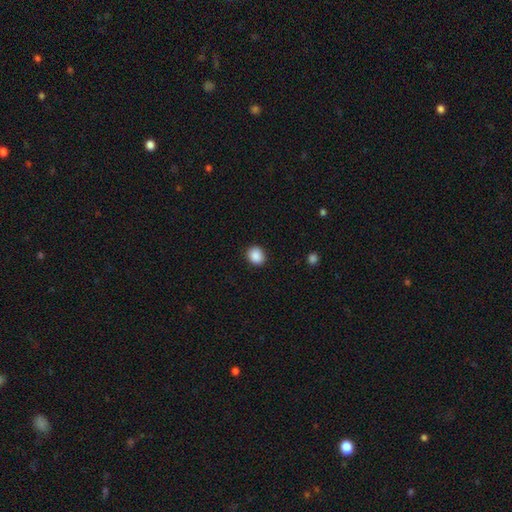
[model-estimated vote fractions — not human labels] Smooth or featured? Predicted: smooth (p=0.89). How rounded? Predicted: round (p=0.66). Merging? Predicted: none (p=0.90).